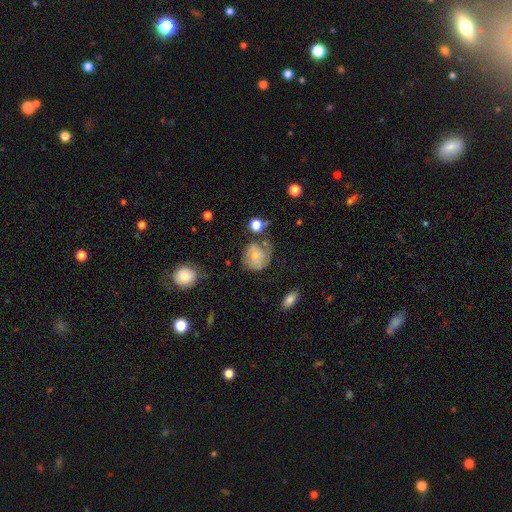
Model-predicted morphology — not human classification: The model was most divided on "merging": none: 42%, minor disturbance: 29%, major disturbance: 20%, merger: 9%. More confident: how rounded — round (73%); smooth or featured — smooth (60%).